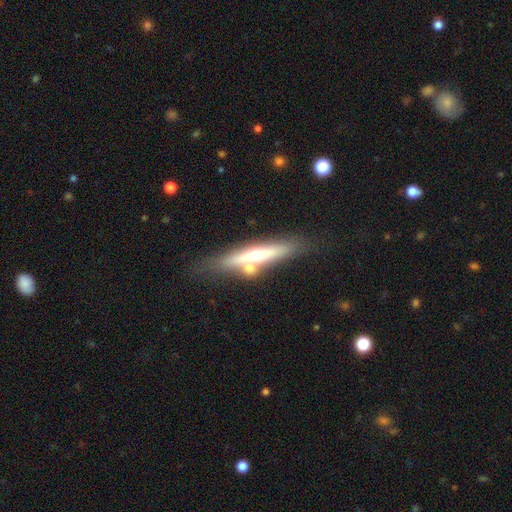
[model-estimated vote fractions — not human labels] Morphology: type=featured or disk (60%); edge-on=yes (90%); edge-on bulge=rounded (87%); merging=none (63%).